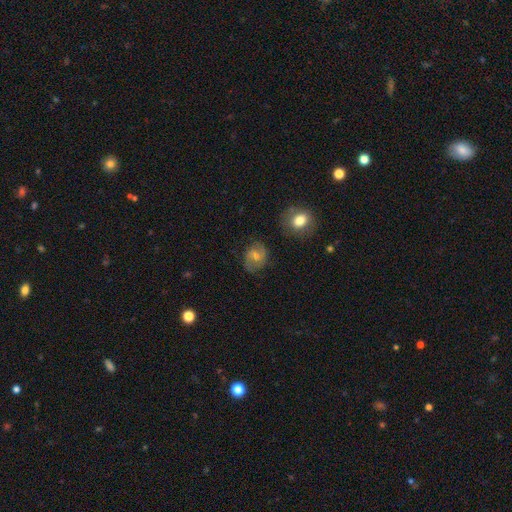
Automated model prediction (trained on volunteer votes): Smooth or featured: featured or disk — 64% (smooth — 27%)
Edge-on disk: no — 98% (yes — 2%)
Bar: weak — 52% (no — 36%)
Spiral arms: yes — 90% (no — 10%)
Spiral winding: medium — 52% (loose — 26%)
Spiral arm count: 2 — 88% (can't tell — 7%)
Bulge size: small — 47% (moderate — 40%)
Merging: none — 78% (minor disturbance — 15%)